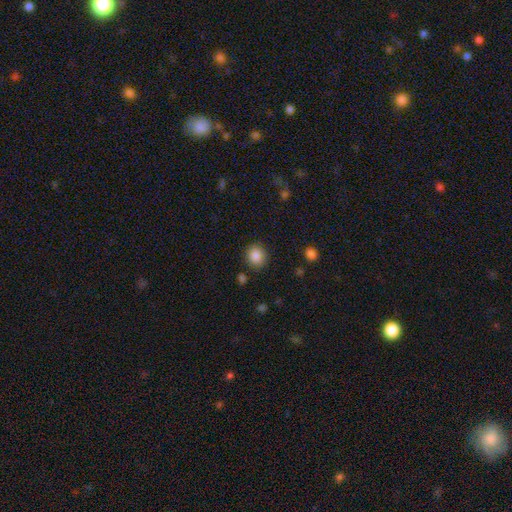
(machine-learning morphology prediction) type=smooth (87%); roundness=round (76%); merging=none (88%).